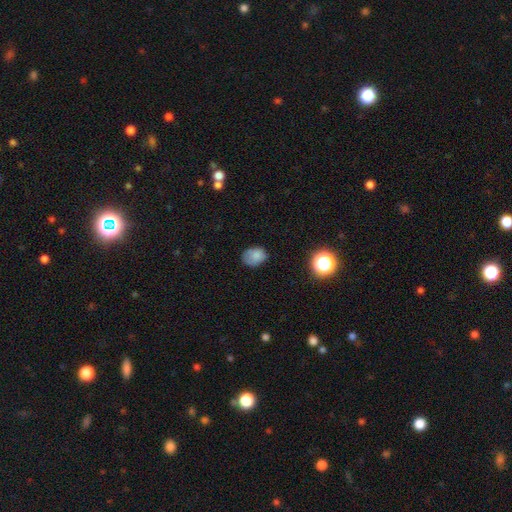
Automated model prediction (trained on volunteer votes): This is likely a smooth galaxy (79%). How rounded: possibly in between (57%). Merging: likely none (62%).